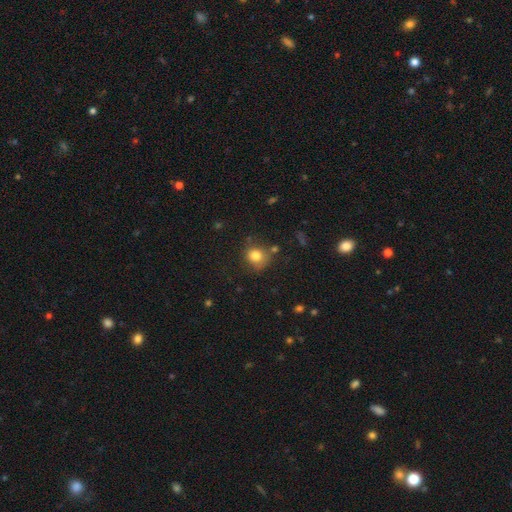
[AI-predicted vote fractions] This appears to be a smooth galaxy with no disk features (81%) that is round (81%). Merging: none (69%).